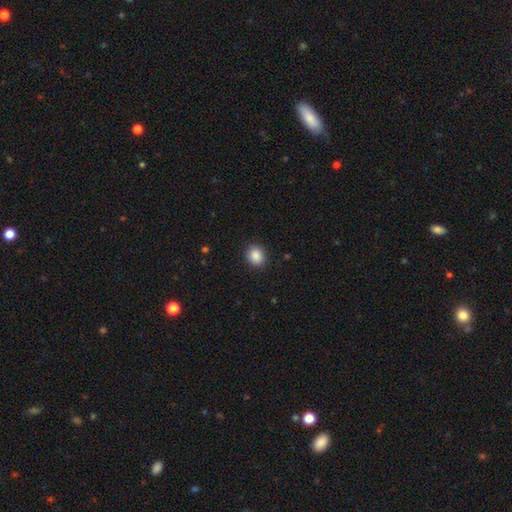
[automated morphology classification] The model was most divided on "how rounded": round: 61%, in between: 39%, cigar-shaped: 1%. More confident: merging — none (89%); smooth or featured — smooth (88%).